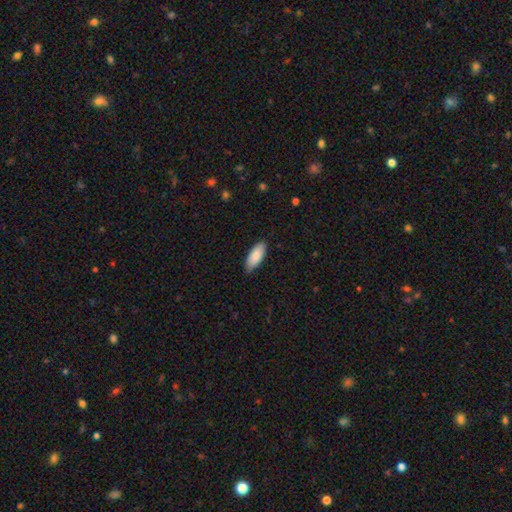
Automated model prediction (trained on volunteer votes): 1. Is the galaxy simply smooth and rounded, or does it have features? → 88% smooth, 7% featured or disk, 5% star or artifact.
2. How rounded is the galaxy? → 82% in between, 17% cigar-shaped, 1% round.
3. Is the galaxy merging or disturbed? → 85% none, 12% minor disturbance, 2% major disturbance, 1% merger.